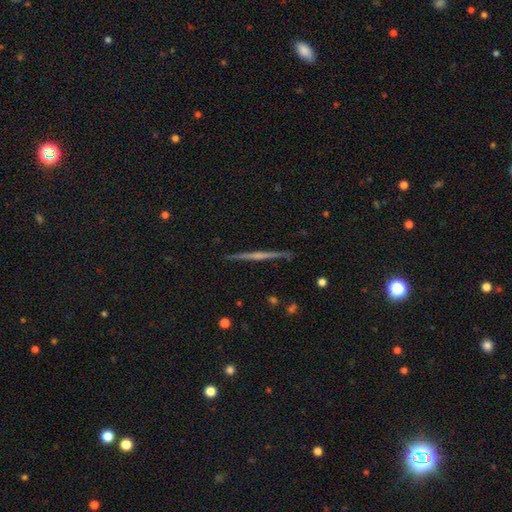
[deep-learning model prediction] Smooth or featured?
  - featured or disk: 71% *
  - smooth: 22%
  - star or artifact: 6%
Edge-on disk?
  - yes: 98% *
  - no: 2%
Edge-on bulge?
  - none: 57% *
  - rounded: 33%
  - boxy: 10%
Merging?
  - none: 92% *
  - minor disturbance: 6%
  - major disturbance: 1%
  - merger: 1%